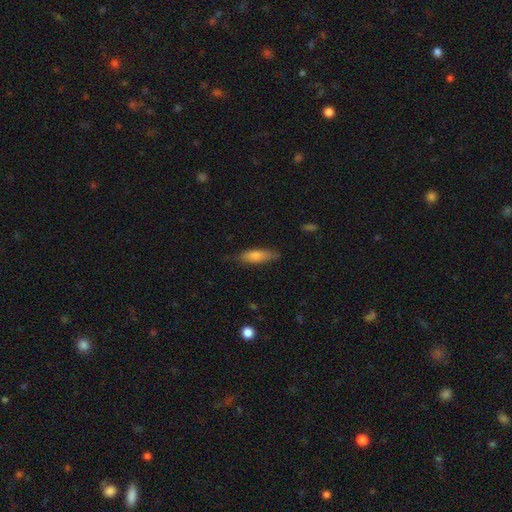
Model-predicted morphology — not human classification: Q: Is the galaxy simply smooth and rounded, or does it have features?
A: smooth — 77%.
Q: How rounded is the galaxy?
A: cigar-shaped — 54%.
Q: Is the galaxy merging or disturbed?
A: none — 74%.